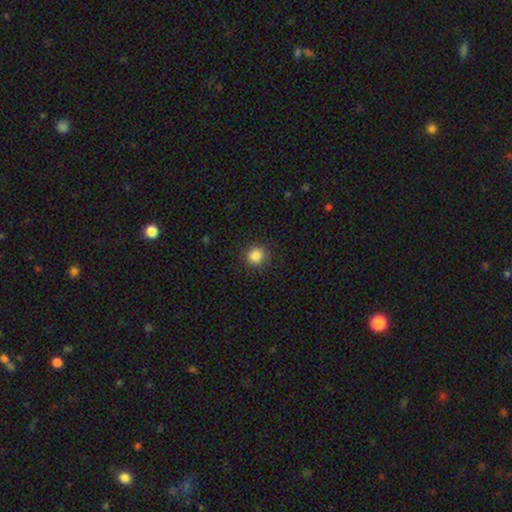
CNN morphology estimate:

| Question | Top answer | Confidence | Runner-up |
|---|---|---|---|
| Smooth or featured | smooth | 86% | star or artifact (11%) |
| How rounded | round | 90% | in between (9%) |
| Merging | none | 90% | minor disturbance (6%) |